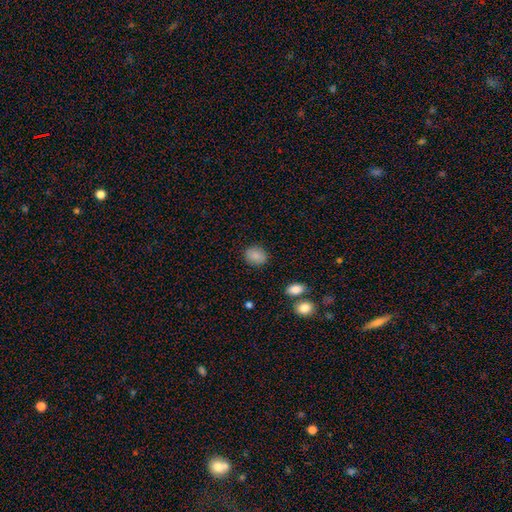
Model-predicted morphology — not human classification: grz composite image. It shows a smooth galaxy with no disk features (86%) that is round (51%). Merging: none (86%).